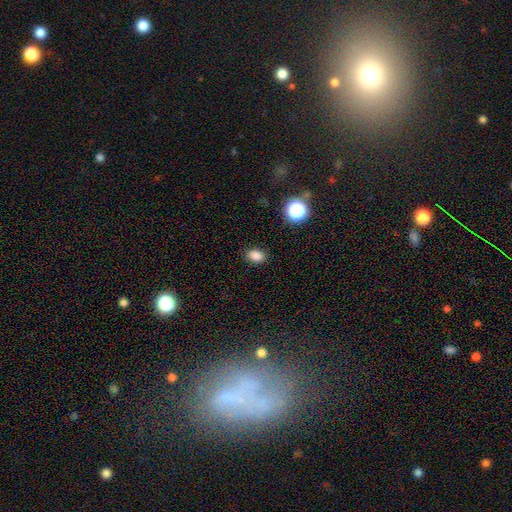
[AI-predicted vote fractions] A smooth galaxy with no disk features (84%) that is in between round and cigar-shaped (78%).

Vote fractions:
- Smooth or featured? smooth: 84% / star or artifact: 12% / featured or disk: 5%
- How rounded? in between: 78% / round: 21% / cigar-shaped: 1%
- Merging? none: 86% / minor disturbance: 10% / major disturbance: 3% / merger: 1%